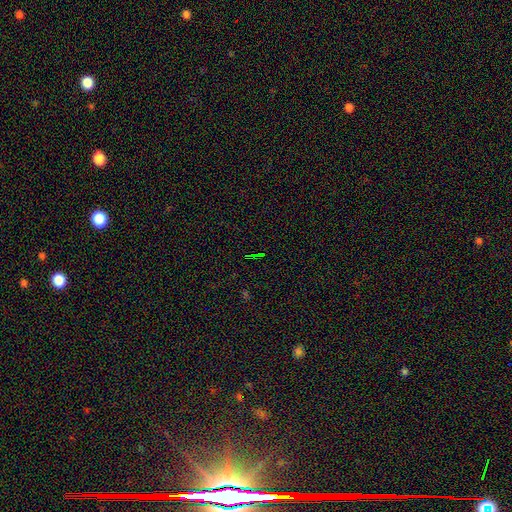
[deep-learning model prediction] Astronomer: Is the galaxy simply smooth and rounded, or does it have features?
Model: star or artifact — 74%.